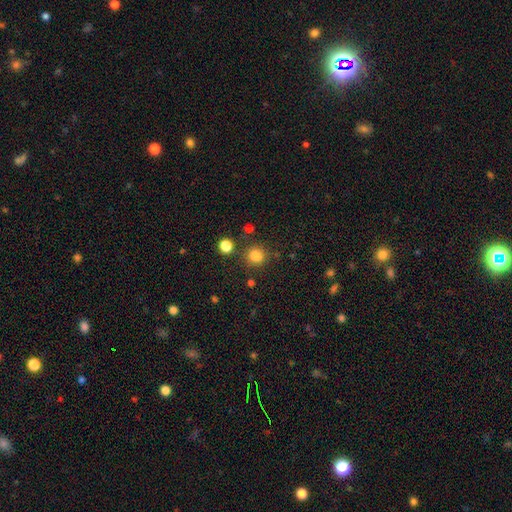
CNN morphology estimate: A smooth galaxy with no disk features (82%) that is round (83%).

Vote fractions:
- Smooth or featured? smooth: 82% / star or artifact: 13% / featured or disk: 5%
- How rounded? round: 83% / in between: 16% / cigar-shaped: 1%
- Merging? none: 80% / minor disturbance: 10% / merger: 6% / major disturbance: 4%